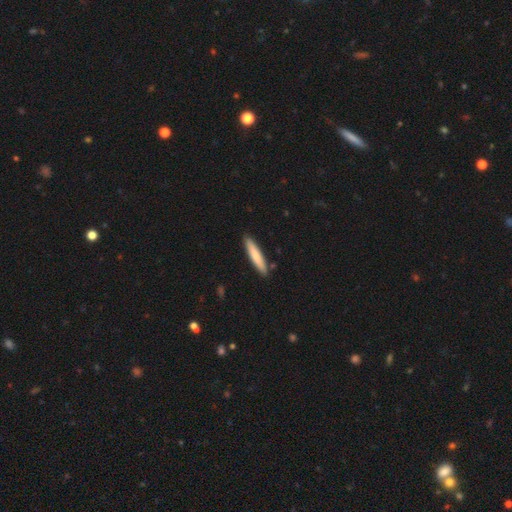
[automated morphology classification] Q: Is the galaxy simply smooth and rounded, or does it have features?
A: smooth — 75%.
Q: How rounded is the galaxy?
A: cigar-shaped — 91%.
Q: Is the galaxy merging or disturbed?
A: none — 89%.